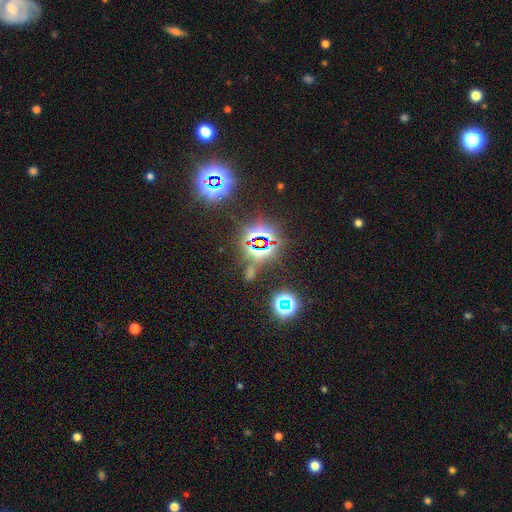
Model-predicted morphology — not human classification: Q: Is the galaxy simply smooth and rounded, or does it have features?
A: star or artifact — 82%.